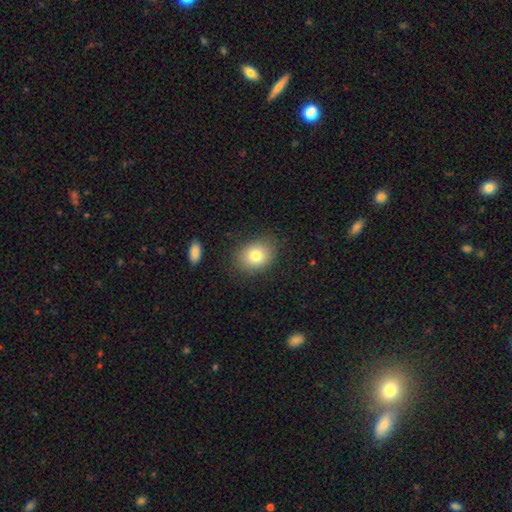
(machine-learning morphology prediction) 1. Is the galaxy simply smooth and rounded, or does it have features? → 80% smooth, 10% featured or disk, 10% star or artifact.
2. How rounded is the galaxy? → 52% in between, 48% round, 1% cigar-shaped.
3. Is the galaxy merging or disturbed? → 83% none, 12% minor disturbance, 4% major disturbance, 2% merger.